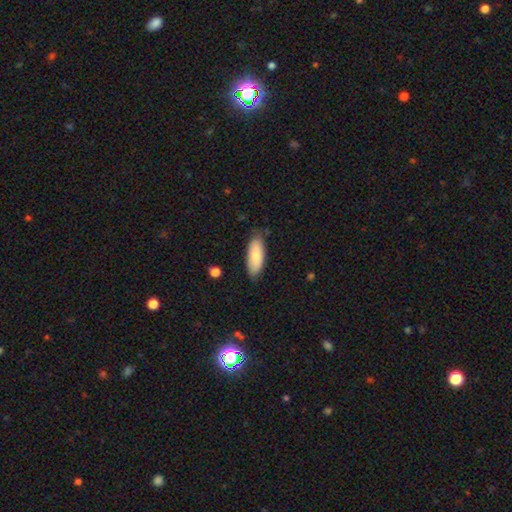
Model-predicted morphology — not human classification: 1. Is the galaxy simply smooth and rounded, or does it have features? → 82% smooth, 12% featured or disk, 6% star or artifact.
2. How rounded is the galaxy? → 76% in between, 22% cigar-shaped, 2% round.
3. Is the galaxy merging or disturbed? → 80% none, 16% minor disturbance, 3% major disturbance, 1% merger.